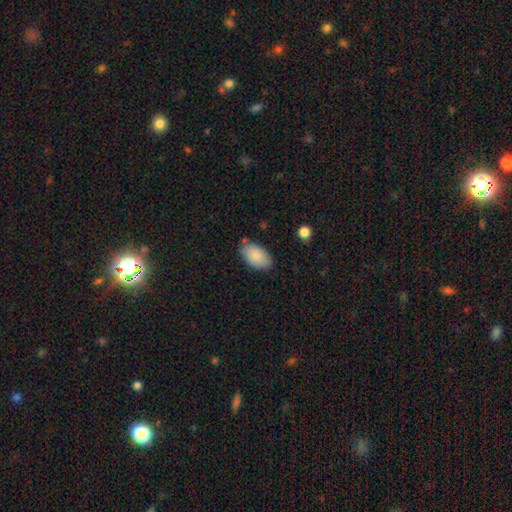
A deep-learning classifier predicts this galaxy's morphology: Smooth or featured? Predicted: smooth (p=0.86). How rounded? Predicted: in between (p=0.95). Merging? Predicted: none (p=0.77).